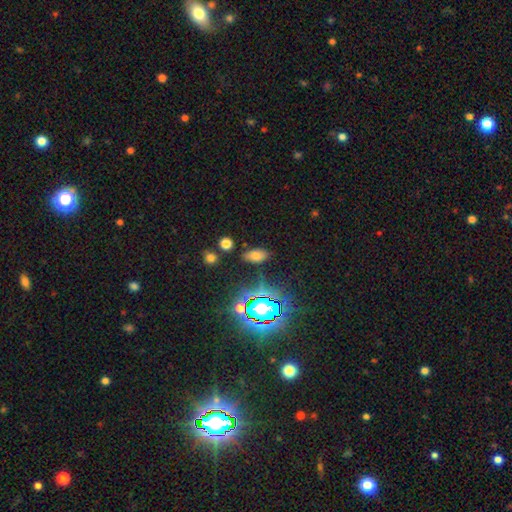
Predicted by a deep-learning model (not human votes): A smooth galaxy with no disk features (65%) that is in between round and cigar-shaped (89%). Merging: none (80%).